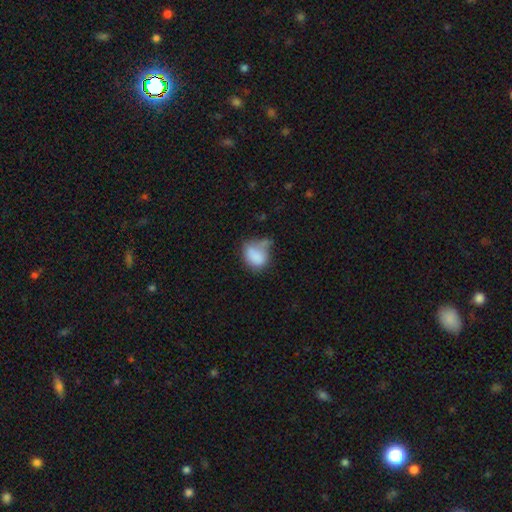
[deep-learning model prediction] Overall: smooth (79%). How rounded: in between (65%; round 34%). Merging: none (31%, tied with minor disturbance).